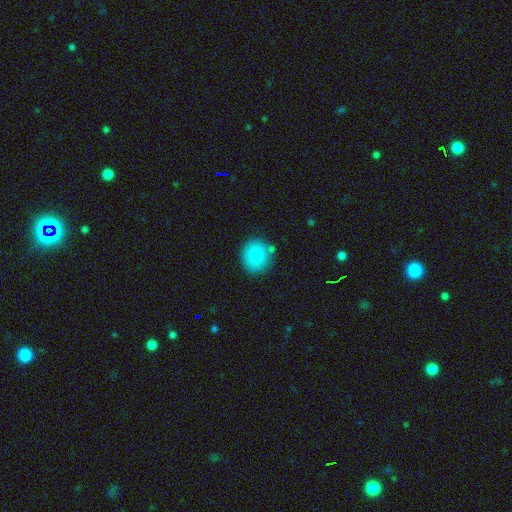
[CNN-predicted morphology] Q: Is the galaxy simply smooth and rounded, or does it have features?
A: smooth — 86%.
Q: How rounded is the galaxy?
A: round — 80%.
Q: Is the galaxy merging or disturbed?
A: none — 77%.